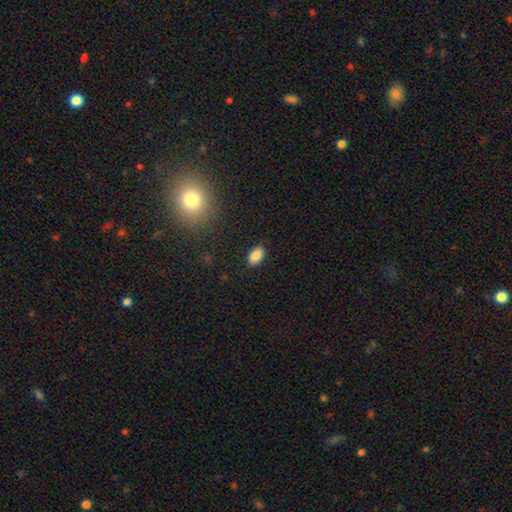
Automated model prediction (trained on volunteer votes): Smooth or featured: smooth — 87% (star or artifact — 9%)
How rounded: in between — 92% (round — 6%)
Merging: none — 87% (minor disturbance — 10%)